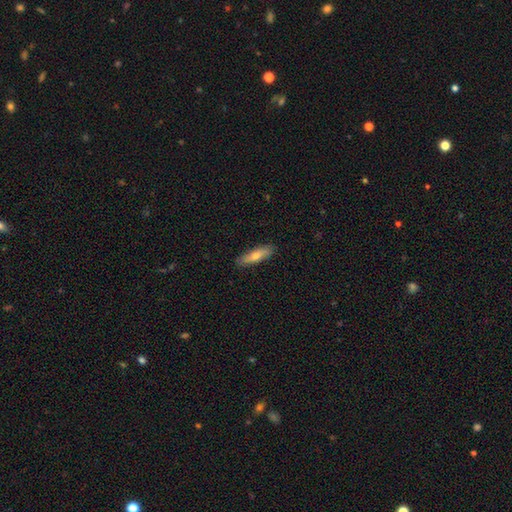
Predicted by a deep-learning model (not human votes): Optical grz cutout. It shows a smooth galaxy with no disk features (70%) that is cigar-shaped (63%). Merging: none (87%).